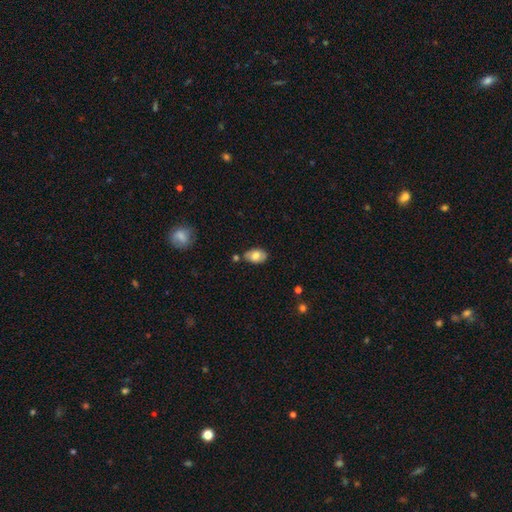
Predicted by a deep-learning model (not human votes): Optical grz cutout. It shows a smooth galaxy with no disk features (72%) that is in between round and cigar-shaped (91%). Merging: none (70%).